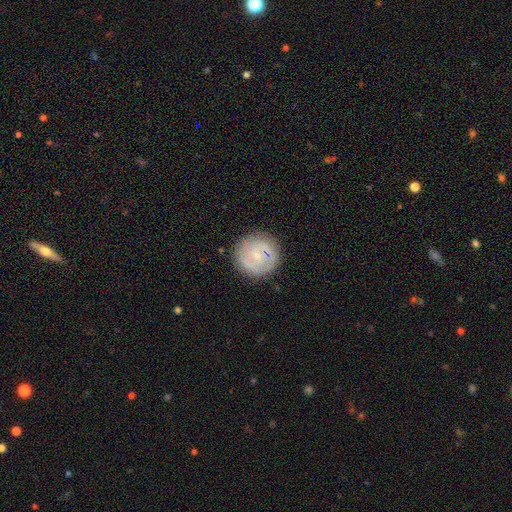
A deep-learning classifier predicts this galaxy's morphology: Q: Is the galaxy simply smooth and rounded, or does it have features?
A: featured or disk — 62%.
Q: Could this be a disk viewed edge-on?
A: no — 98%.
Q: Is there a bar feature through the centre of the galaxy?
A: no — 71%.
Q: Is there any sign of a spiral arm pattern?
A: yes — 77%.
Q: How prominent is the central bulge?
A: small — 77%.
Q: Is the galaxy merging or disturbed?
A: none — 82%.